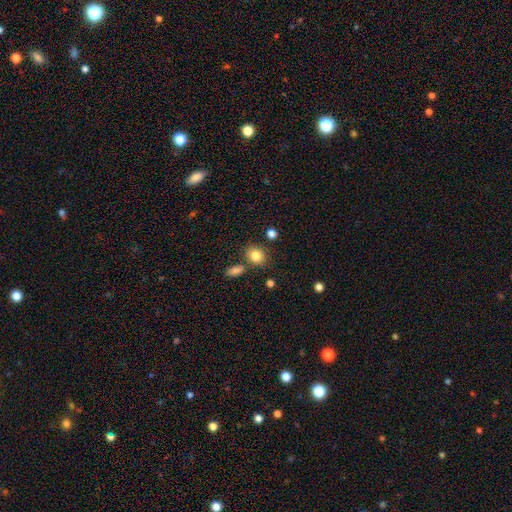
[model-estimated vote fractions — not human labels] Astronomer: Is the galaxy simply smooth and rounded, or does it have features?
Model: smooth — 83%.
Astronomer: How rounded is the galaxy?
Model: round — 59% (runner-up: in between, 40%).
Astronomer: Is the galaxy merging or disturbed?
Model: none — 75%.